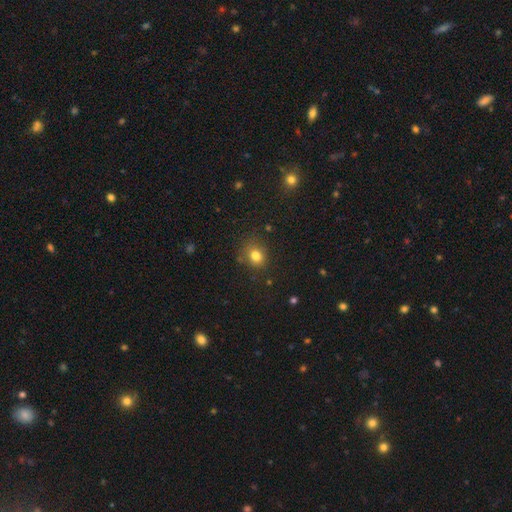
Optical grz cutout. It shows a smooth galaxy with no disk features (81%) that is round (53%). Merging: none (67%).